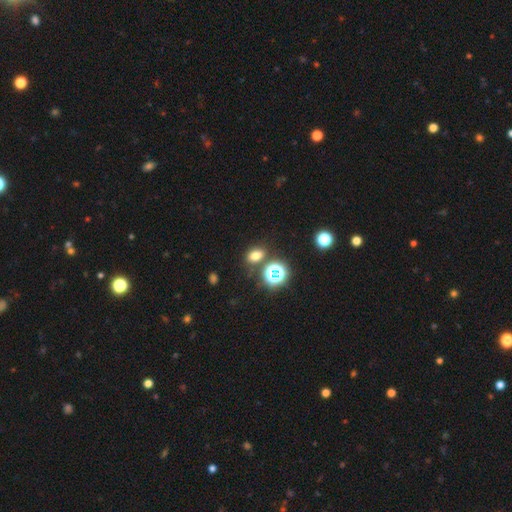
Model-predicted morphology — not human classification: Overall: smooth (68%). How rounded: in between (69%; round 29%). Merging: none (75%).